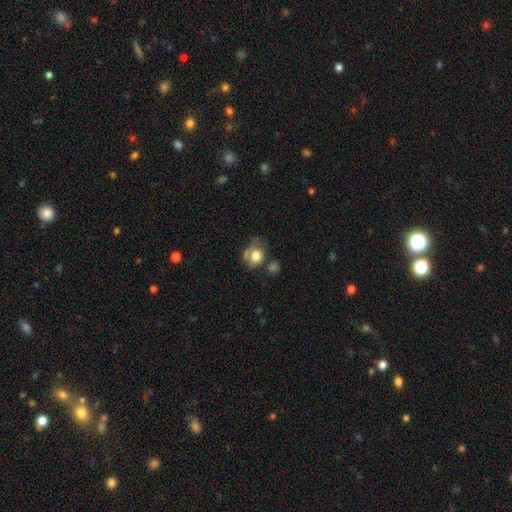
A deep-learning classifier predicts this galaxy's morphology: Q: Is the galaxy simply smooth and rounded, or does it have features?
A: smooth — 71%.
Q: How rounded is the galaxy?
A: round — 58%.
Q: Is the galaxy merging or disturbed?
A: none — 38%.